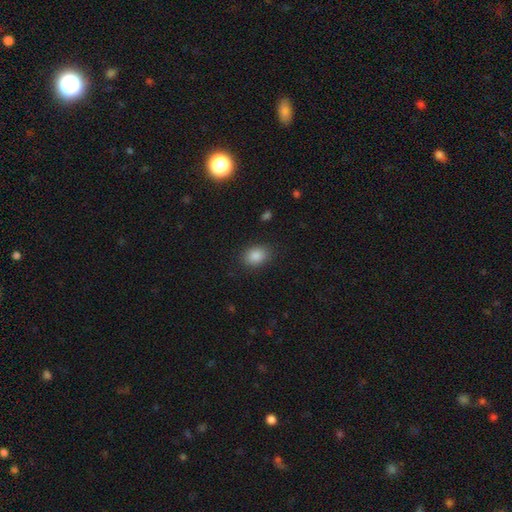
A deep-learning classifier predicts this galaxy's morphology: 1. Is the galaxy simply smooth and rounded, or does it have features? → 86% smooth, 9% star or artifact, 5% featured or disk.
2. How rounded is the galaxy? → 70% in between, 29% round, 1% cigar-shaped.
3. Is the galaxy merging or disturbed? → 85% none, 10% minor disturbance, 3% major disturbance, 1% merger.